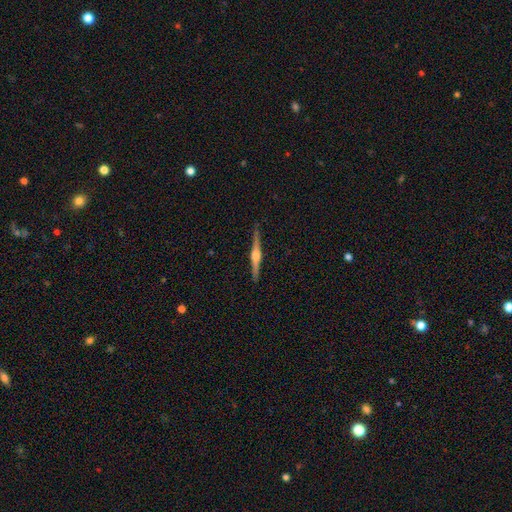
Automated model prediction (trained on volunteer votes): This is clearly a featured or disk galaxy (82%). It is clearly viewed edge-on (99%). Edge-on bulge: clearly rounded (90%). Merging: clearly none (92%).